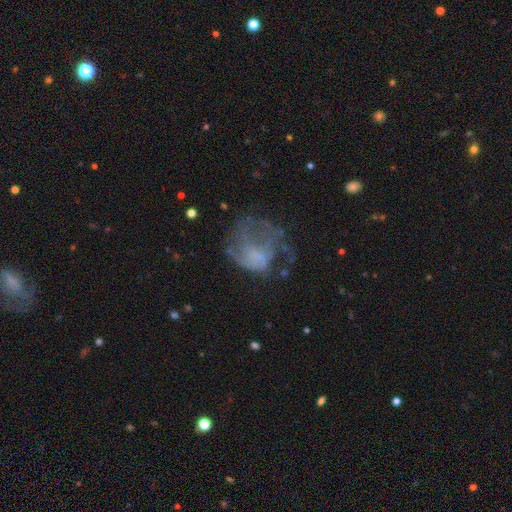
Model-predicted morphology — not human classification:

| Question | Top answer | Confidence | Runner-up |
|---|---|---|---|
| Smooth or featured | featured or disk | 50% | smooth (34%) |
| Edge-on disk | no | 98% | yes (2%) |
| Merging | major disturbance | 48% | none (29%) |